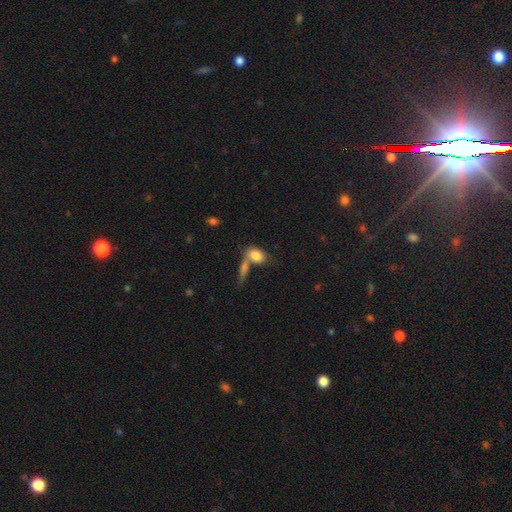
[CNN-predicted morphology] Smooth or featured? Predicted: smooth (p=0.81). How rounded? Predicted: in between (p=0.83). Merging? Predicted: merger (p=0.48).